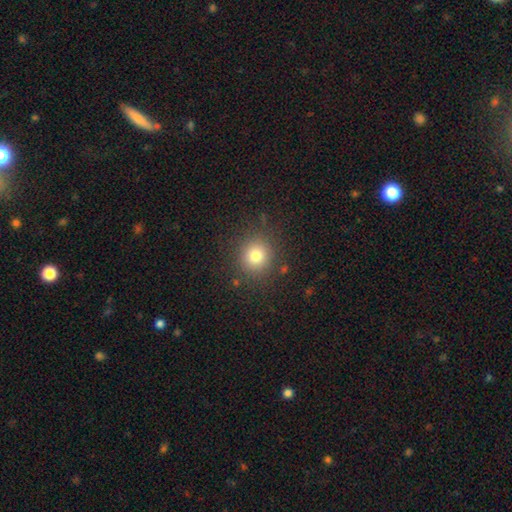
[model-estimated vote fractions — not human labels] A smooth galaxy with no disk features (78%) that is round (90%). Merging: none (87%).